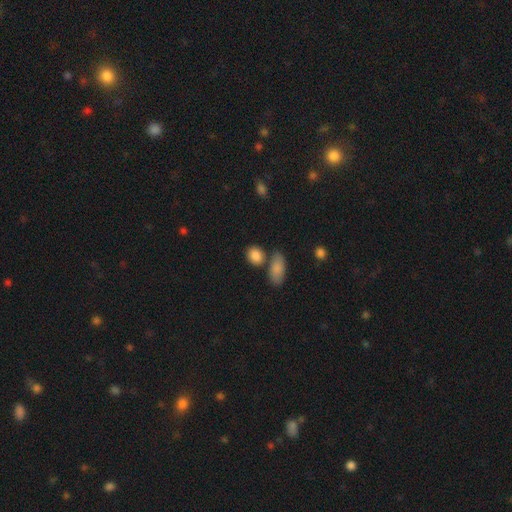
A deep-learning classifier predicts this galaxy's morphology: Smooth or featured?
  - smooth: 87% *
  - star or artifact: 8%
  - featured or disk: 5%
How rounded?
  - in between: 51% *
  - round: 46%
  - cigar-shaped: 3%
Merging?
  - none: 68% *
  - merger: 16%
  - minor disturbance: 12%
  - major disturbance: 4%